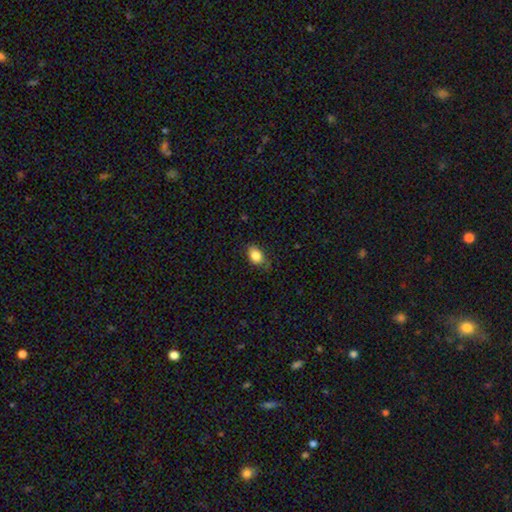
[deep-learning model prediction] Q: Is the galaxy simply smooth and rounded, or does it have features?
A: smooth — 84%.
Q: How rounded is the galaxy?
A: in between — 82%.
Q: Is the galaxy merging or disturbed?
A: none — 72%.